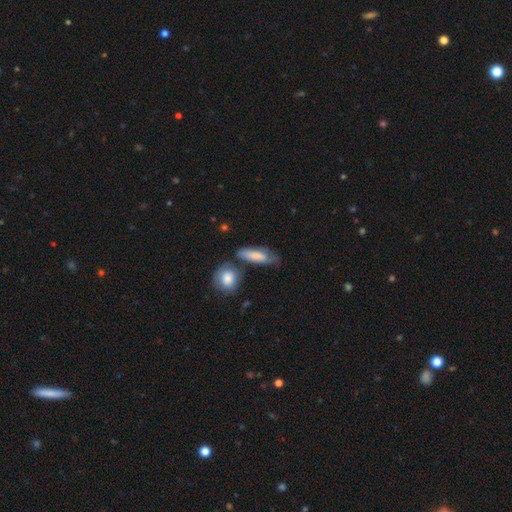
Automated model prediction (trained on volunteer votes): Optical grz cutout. It shows a smooth galaxy with no disk features (75%) that is in between round and cigar-shaped (55%). Merging: none (56%).